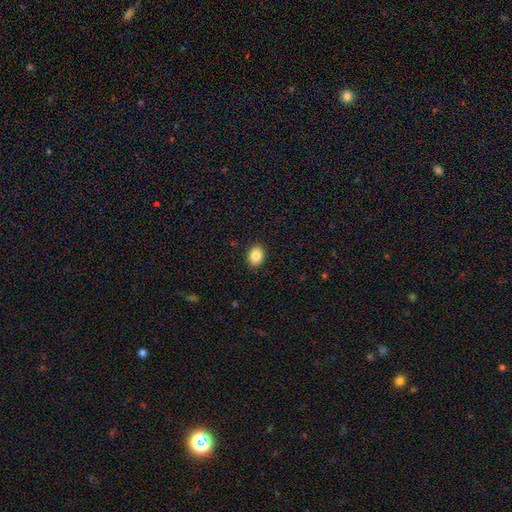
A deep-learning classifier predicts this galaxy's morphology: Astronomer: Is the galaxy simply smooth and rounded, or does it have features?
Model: smooth — 84%.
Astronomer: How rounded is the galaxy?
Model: in between — 60% (runner-up: round, 39%).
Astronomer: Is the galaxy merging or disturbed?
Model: none — 91%.